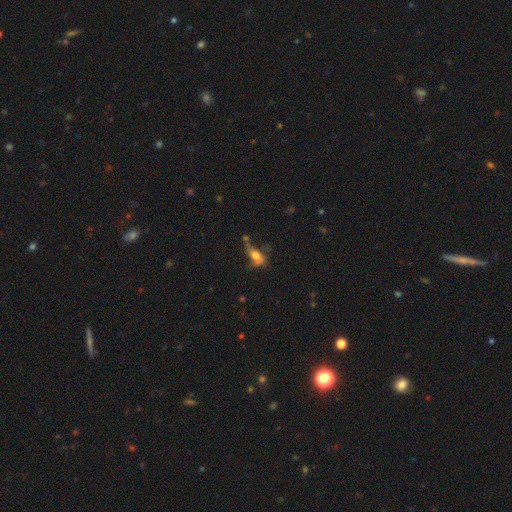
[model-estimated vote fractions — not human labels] A smooth galaxy with no disk features (46%). Merging: none (34%).